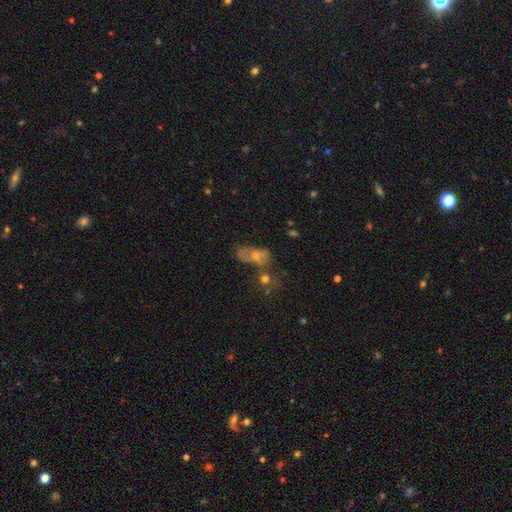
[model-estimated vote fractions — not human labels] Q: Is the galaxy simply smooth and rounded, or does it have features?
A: featured or disk — 41%.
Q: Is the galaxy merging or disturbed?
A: none — 33%.